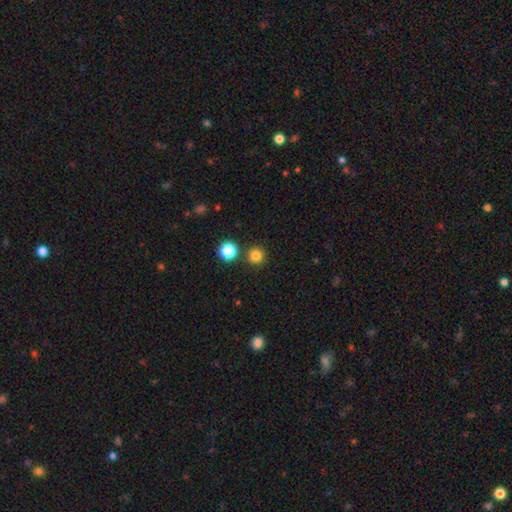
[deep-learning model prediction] A smooth galaxy with no disk features (81%) that is round (96%). Merging: none (88%).